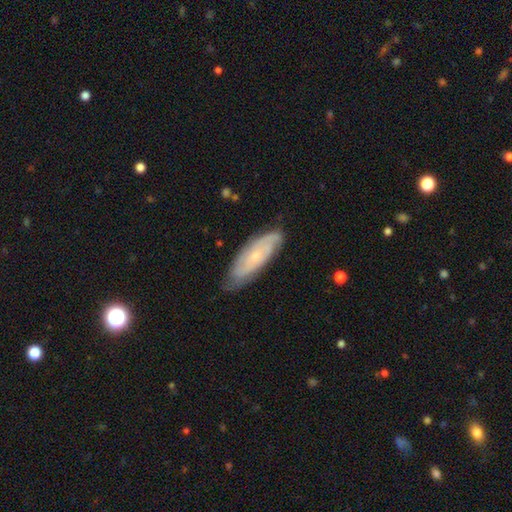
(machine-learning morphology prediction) Overall: featured or disk (67%). Edge-on disk: no (85%). Bar: no (74%). Spiral arms: yes (88%). Bulge size: small (73%). Merging: none (75%).